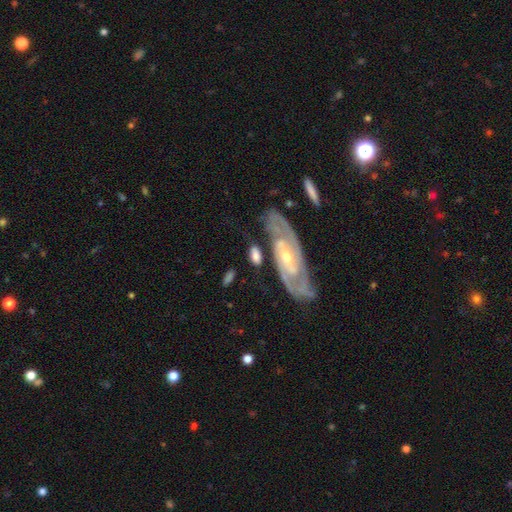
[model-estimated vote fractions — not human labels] Smooth or featured? Predicted: featured or disk (p=0.49). Merging? Predicted: none (p=0.57).